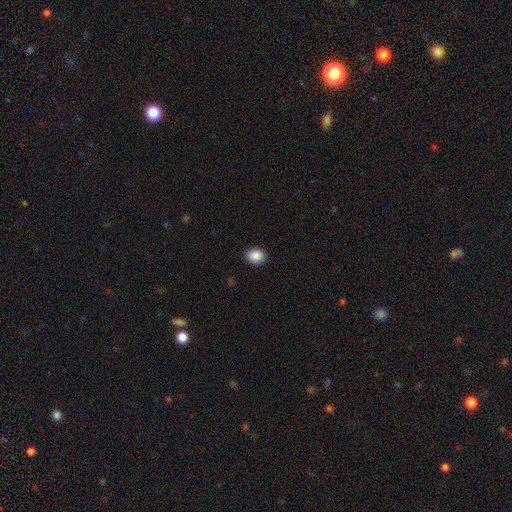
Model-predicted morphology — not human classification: The model was most divided on "how rounded": in between: 50%, round: 49%, cigar-shaped: 1%. More confident: merging — none (90%); smooth or featured — smooth (89%).